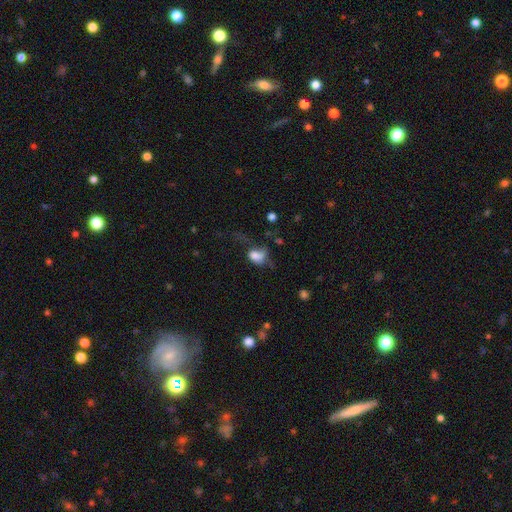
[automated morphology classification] Smooth or featured? Predicted: smooth (p=0.66). How rounded? Predicted: in between (p=0.69). Merging? Predicted: major disturbance (p=0.51).